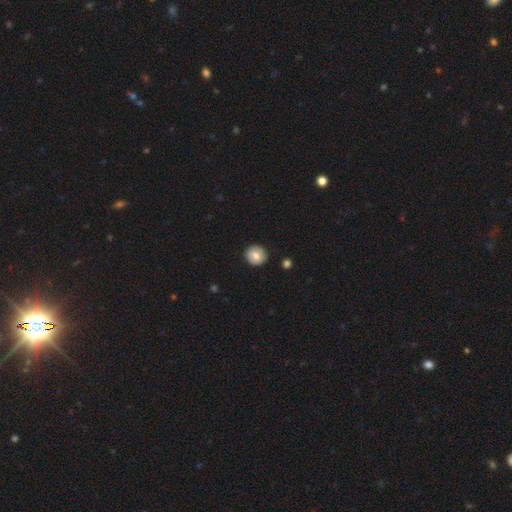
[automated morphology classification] Smooth or featured?
  - smooth: 78% *
  - featured or disk: 14%
  - star or artifact: 8%
How rounded?
  - round: 88% *
  - in between: 11%
  - cigar-shaped: 1%
Merging?
  - none: 88% *
  - minor disturbance: 9%
  - major disturbance: 2%
  - merger: 1%